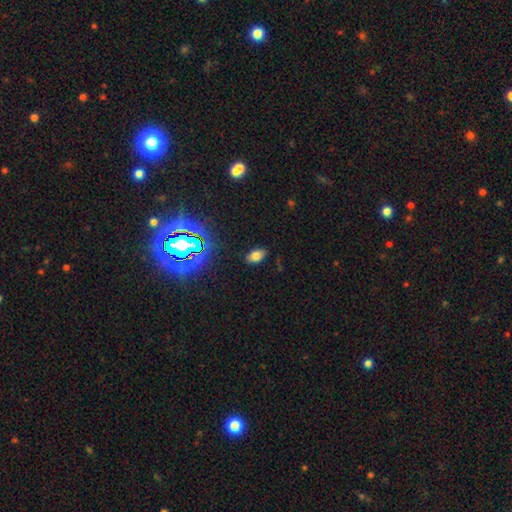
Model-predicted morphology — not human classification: Q: Smooth or featured?
A: smooth (70%); runner-up: star or artifact (20%)
Q: How rounded?
A: in between (91%); runner-up: round (8%)
Q: Merging?
A: none (86%); runner-up: minor disturbance (10%)